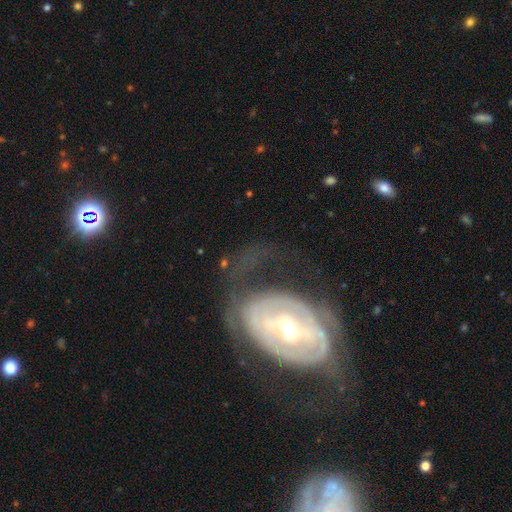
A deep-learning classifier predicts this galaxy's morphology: smooth_or_featured: featured or disk (p=0.82) [alt: smooth p=0.11]
disk_edge_on: no (p=0.94) [alt: yes p=0.06]
bar: strong (p=0.39) [alt: weak p=0.37]
has_spiral_arms: yes (p=0.74) [alt: no p=0.26]
spiral_winding: tight (p=0.54) [alt: medium p=0.29]
spiral_arm_count: 2 (p=0.42) [alt: can't tell p=0.35]
bulge_size: moderate (p=0.62) [alt: small p=0.31]
merging: none (p=0.52) [alt: major disturbance p=0.27]